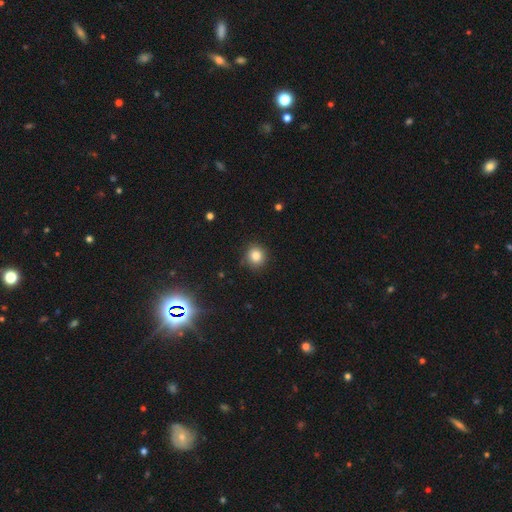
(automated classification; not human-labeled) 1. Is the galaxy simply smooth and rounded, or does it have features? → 82% smooth, 12% star or artifact, 6% featured or disk.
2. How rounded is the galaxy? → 89% round, 10% in between, 1% cigar-shaped.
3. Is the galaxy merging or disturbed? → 86% none, 11% minor disturbance, 2% major disturbance, 1% merger.